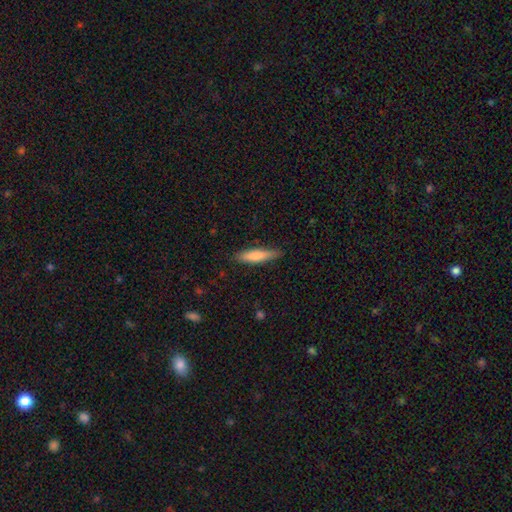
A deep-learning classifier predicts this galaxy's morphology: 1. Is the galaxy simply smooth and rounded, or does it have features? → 74% smooth, 21% featured or disk, 6% star or artifact.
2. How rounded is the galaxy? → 81% cigar-shaped, 18% in between, 1% round.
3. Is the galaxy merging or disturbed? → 85% none, 12% minor disturbance, 2% major disturbance, 1% merger.